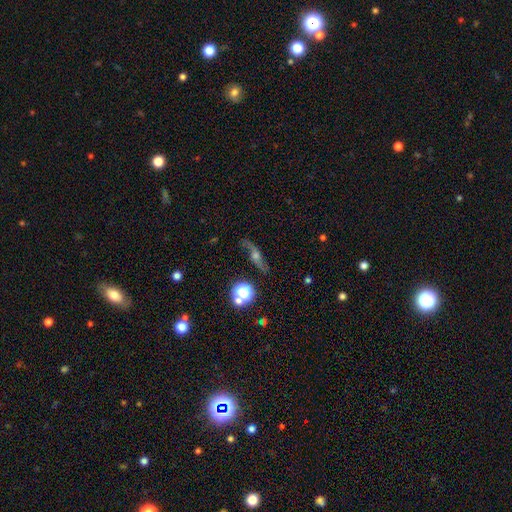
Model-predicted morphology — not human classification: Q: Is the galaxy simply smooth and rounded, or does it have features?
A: featured or disk — 71%.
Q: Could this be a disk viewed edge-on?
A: no — 68%.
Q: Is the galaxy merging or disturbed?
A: none — 75%.